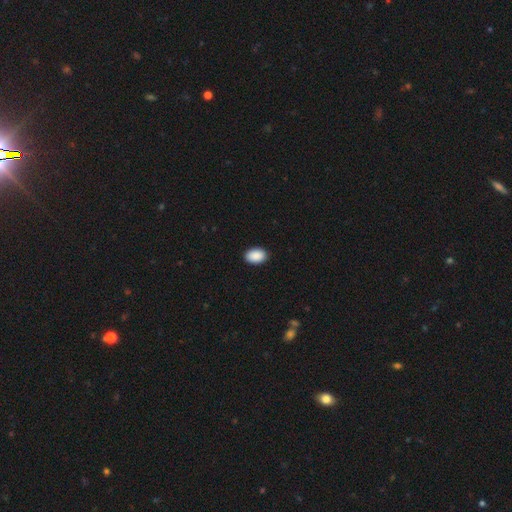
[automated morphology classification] Smooth or featured?
  - smooth: 91% *
  - star or artifact: 6%
  - featured or disk: 2%
How rounded?
  - in between: 89% *
  - round: 10%
  - cigar-shaped: 1%
Merging?
  - none: 91% *
  - minor disturbance: 7%
  - major disturbance: 2%
  - merger: 1%